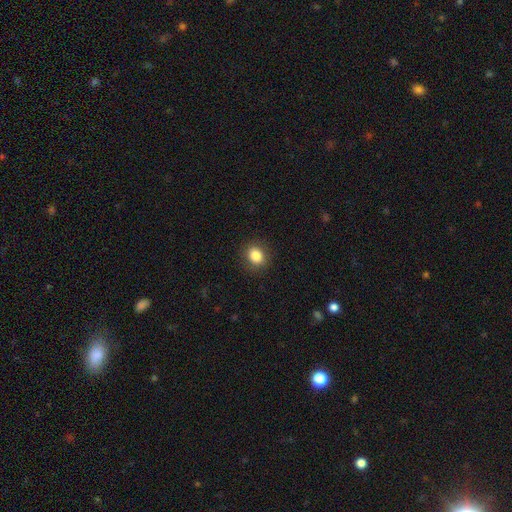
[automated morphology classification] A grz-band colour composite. It shows a smooth galaxy with no disk features (84%) that is round (67%). Merging: none (89%).